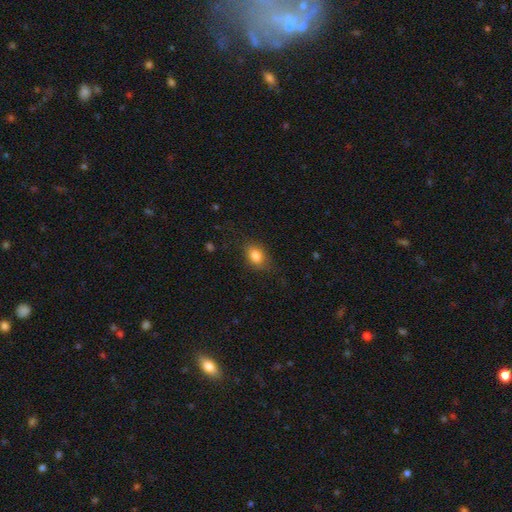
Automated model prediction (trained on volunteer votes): Q: Smooth or featured?
A: smooth (83%); runner-up: star or artifact (9%)
Q: How rounded?
A: in between (75%); runner-up: round (23%)
Q: Merging?
A: none (77%); runner-up: minor disturbance (17%)